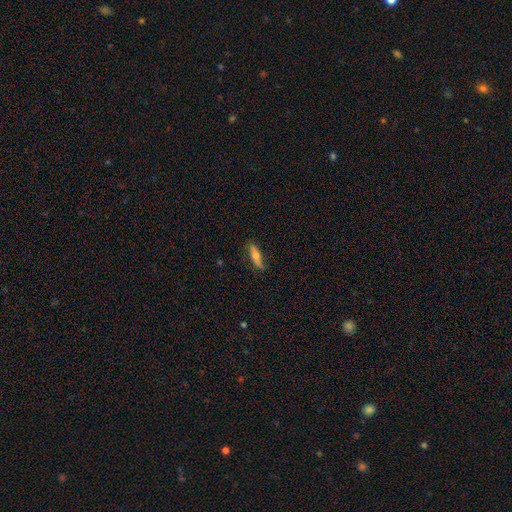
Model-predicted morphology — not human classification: The model was most divided on "smooth or featured": smooth: 50%, featured or disk: 44%, star or artifact: 6%. More confident: merging — none (78%).